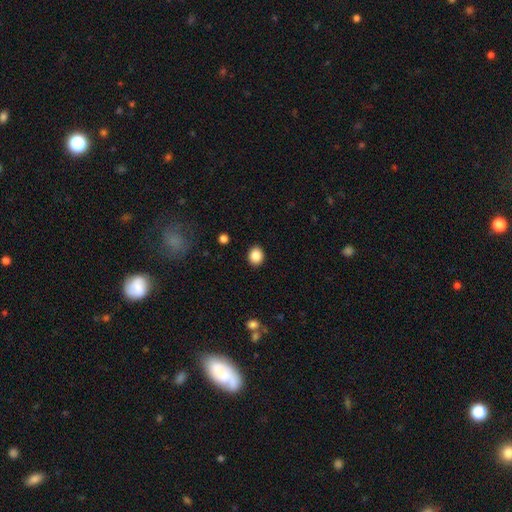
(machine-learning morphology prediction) smooth-or-featured: smooth: 87% | star or artifact: 9% | featured or disk: 4%
  how-rounded: round: 64% | in between: 35% | cigar-shaped: 1%
  merging: none: 90% | minor disturbance: 7% | major disturbance: 2% | merger: 1%